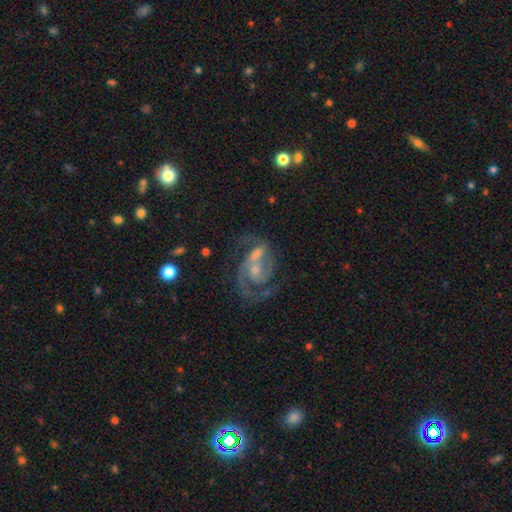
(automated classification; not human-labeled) This is clearly a featured or disk galaxy (82%). It is clearly not viewed edge-on (97%). Bar: marginally weak (44%). Spiral arm pattern: clearly yes (95%). Spiral arm count: likely 2 (64%). Spiral winding: possibly medium (50%). Central bulge: likely small (60%). Merging: possibly none (54%).